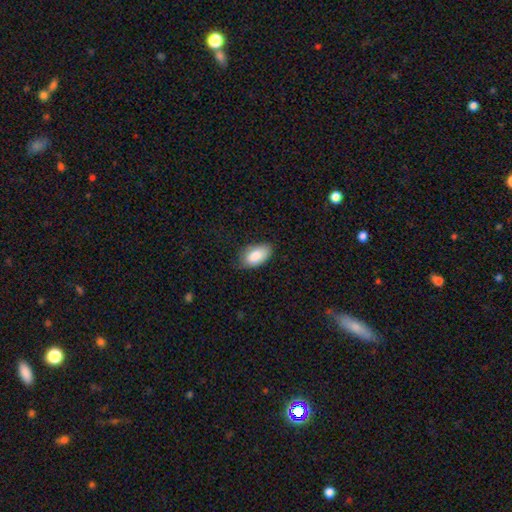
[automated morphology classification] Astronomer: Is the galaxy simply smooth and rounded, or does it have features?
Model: smooth — 86%.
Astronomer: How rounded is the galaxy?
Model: in between — 94%.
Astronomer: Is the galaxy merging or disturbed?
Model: none — 72%.